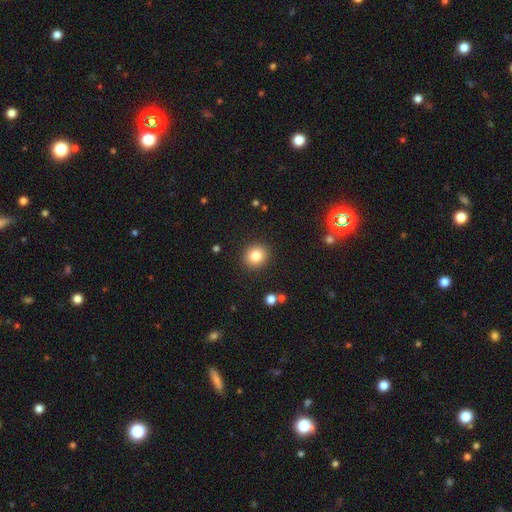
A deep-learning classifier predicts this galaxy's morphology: smooth-or-featured: smooth: 83% | star or artifact: 10% | featured or disk: 7%
  how-rounded: round: 87% | in between: 12% | cigar-shaped: 1%
  merging: none: 91% | minor disturbance: 6% | major disturbance: 2% | merger: 1%